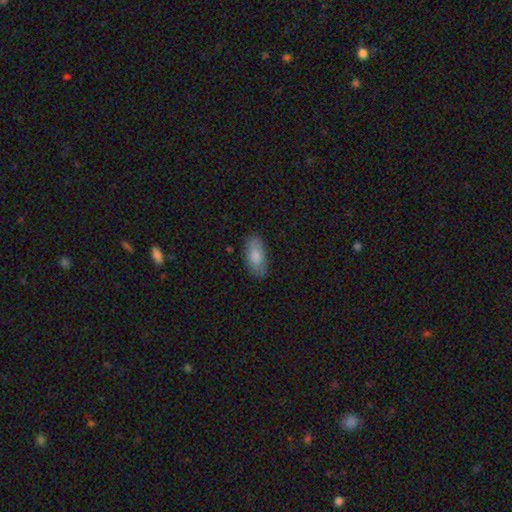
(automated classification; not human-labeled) A smooth galaxy with no disk features (81%) that is in between round and cigar-shaped (92%). Merging: none (83%).